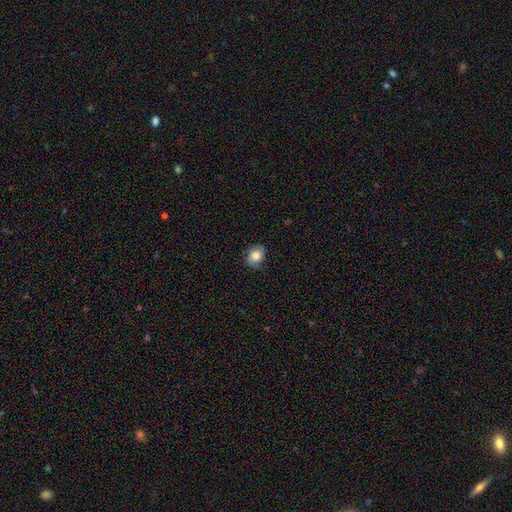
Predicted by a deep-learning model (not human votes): smooth 78%, featured or disk 14%, star or artifact 9%. Down the decision tree: how rounded — in between (51%); merging — none (80%).